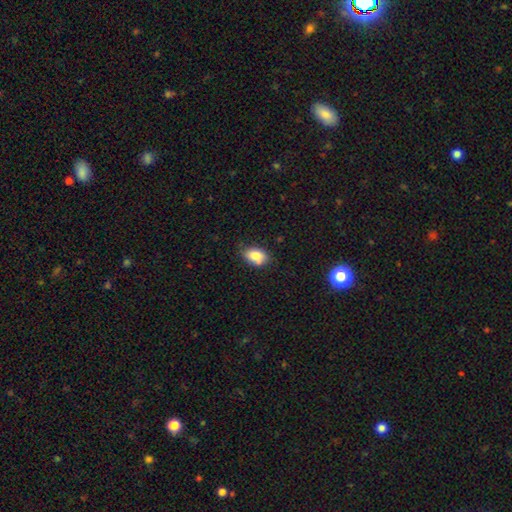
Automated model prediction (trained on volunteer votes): smooth 82%, featured or disk 9%, star or artifact 8%. Down the decision tree: how rounded — in between (84%); merging — none (68%).